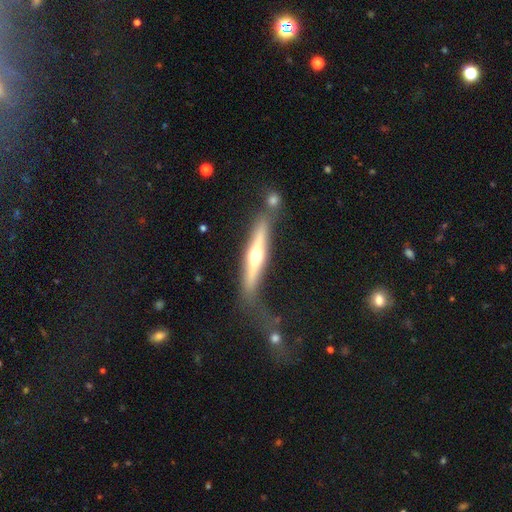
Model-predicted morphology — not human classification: The model was most divided on "smooth or featured": featured or disk: 66%, smooth: 28%, star or artifact: 6%. More confident: edge-on disk — yes (94%); edge-on bulge — rounded (93%); merging — none (69%).